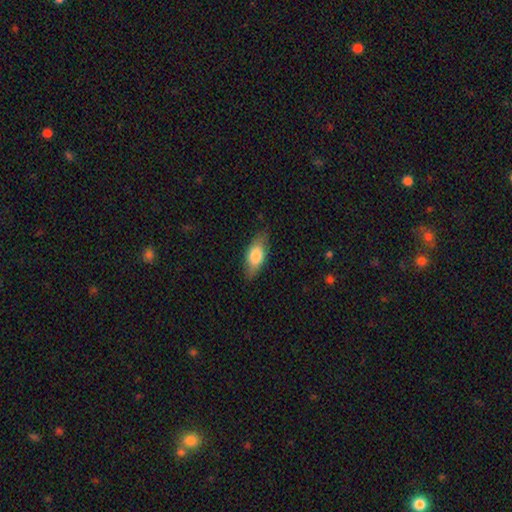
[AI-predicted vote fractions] Q: Smooth or featured?
A: smooth (73%); runner-up: featured or disk (20%)
Q: How rounded?
A: in between (84%); runner-up: cigar-shaped (12%)
Q: Merging?
A: none (81%); runner-up: minor disturbance (15%)